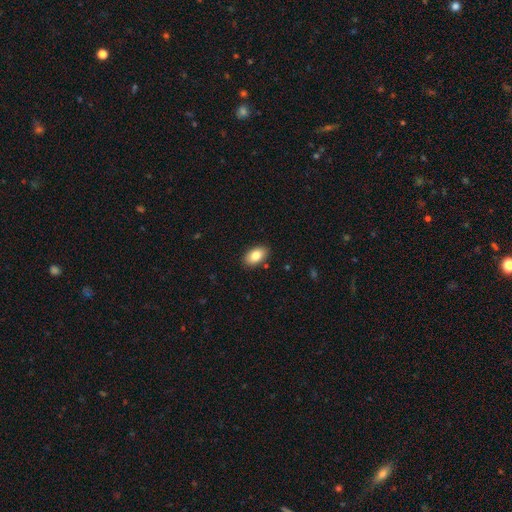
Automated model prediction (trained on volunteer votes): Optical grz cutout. It shows a smooth galaxy with no disk features (84%) that is in between round and cigar-shaped (92%). Merging: none (89%).